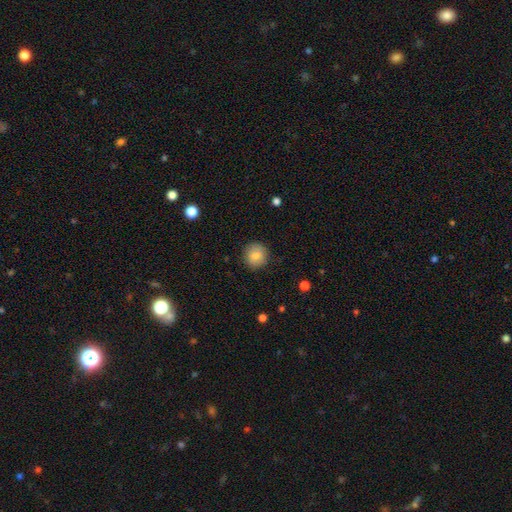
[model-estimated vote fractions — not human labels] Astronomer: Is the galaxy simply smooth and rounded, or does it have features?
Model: smooth — 83%.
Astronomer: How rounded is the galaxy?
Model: round — 91%.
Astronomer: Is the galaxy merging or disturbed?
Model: none — 87%.